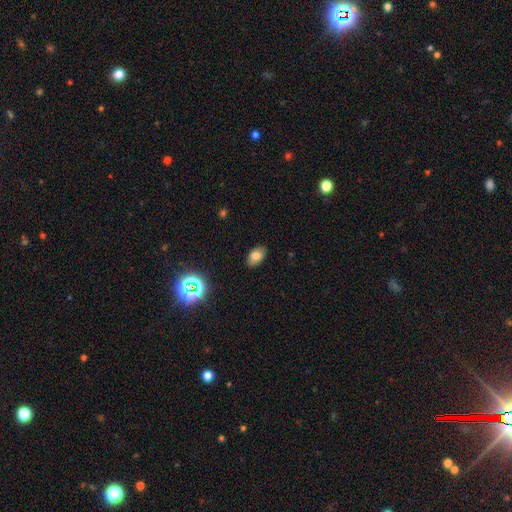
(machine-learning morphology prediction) smooth-or-featured: smooth: 78% | star or artifact: 12% | featured or disk: 10%
  how-rounded: in between: 89% | round: 9% | cigar-shaped: 1%
  merging: none: 87% | minor disturbance: 10% | major disturbance: 2% | merger: 1%